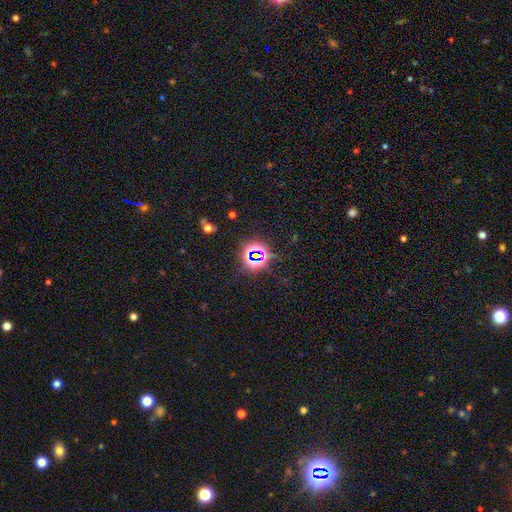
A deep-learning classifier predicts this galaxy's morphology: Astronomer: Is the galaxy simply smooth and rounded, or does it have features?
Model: star or artifact — 77%.